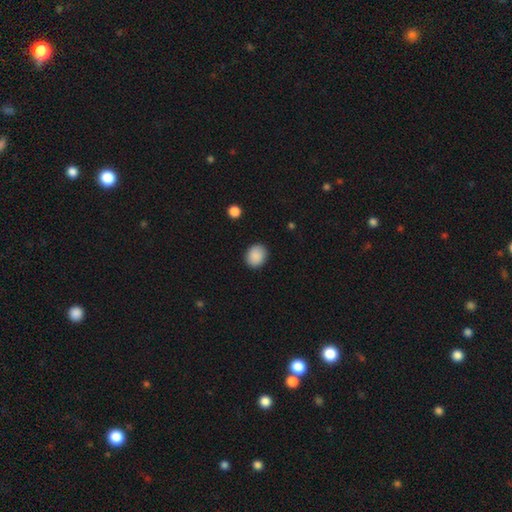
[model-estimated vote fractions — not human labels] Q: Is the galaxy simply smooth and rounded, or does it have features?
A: smooth — 89%.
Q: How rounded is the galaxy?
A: round — 65%.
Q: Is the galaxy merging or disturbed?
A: none — 89%.